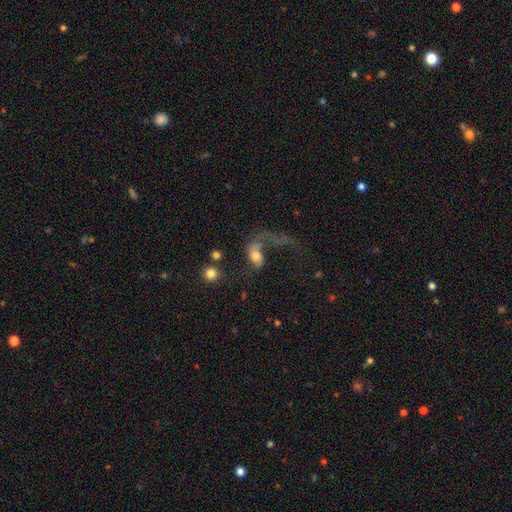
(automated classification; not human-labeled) This is possibly a featured or disk galaxy (47%). Merging: possibly major disturbance (56%).